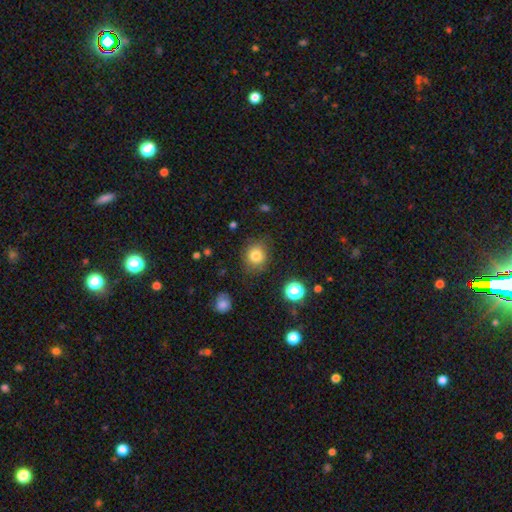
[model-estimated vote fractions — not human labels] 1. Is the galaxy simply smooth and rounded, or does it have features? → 80% smooth, 12% star or artifact, 8% featured or disk.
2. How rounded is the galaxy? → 79% round, 21% in between, 1% cigar-shaped.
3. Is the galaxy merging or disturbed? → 79% none, 15% minor disturbance, 4% major disturbance, 2% merger.